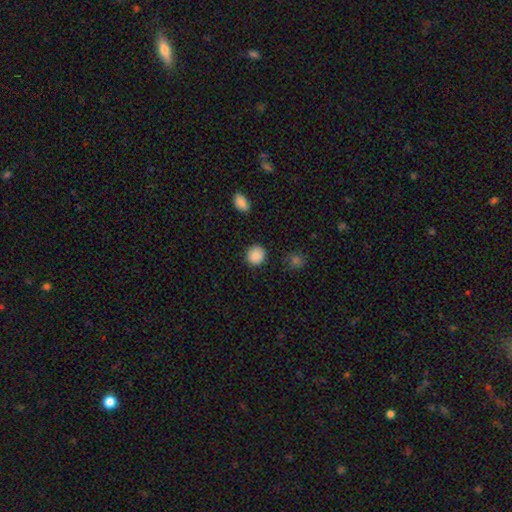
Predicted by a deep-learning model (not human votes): Smooth or featured?
  - smooth: 88% *
  - star or artifact: 9%
  - featured or disk: 3%
How rounded?
  - round: 89% *
  - in between: 10%
  - cigar-shaped: 1%
Merging?
  - none: 89% *
  - minor disturbance: 7%
  - major disturbance: 2%
  - merger: 2%